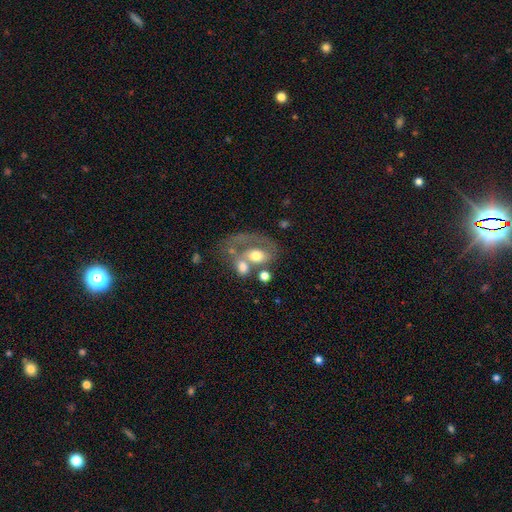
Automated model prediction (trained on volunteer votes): A featured or disk galaxy (47%).

Vote fractions:
- Smooth or featured? featured or disk: 47% / smooth: 43% / star or artifact: 10%
- Merging? merger: 38% / none: 26% / major disturbance: 23% / minor disturbance: 13%